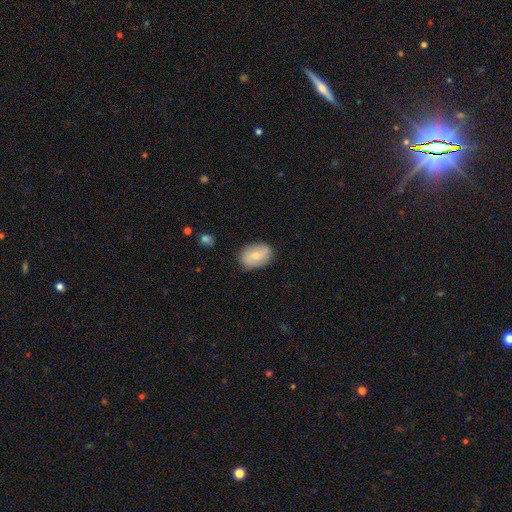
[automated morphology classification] Overall: smooth (72%). How rounded: in between (83%). Merging: none (82%).